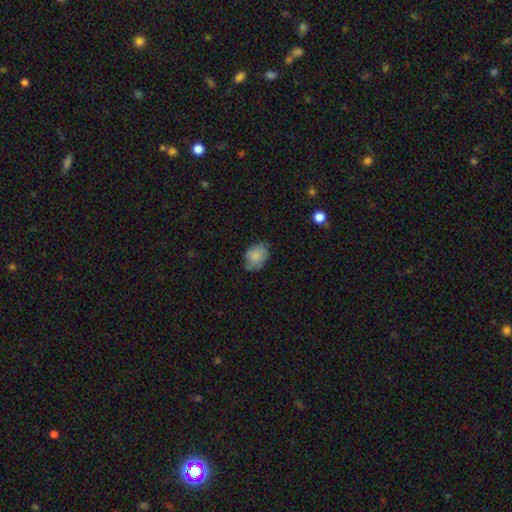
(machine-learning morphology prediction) This is likely a smooth galaxy (75%). How rounded: likely in between (74%). Merging: likely none (64%).